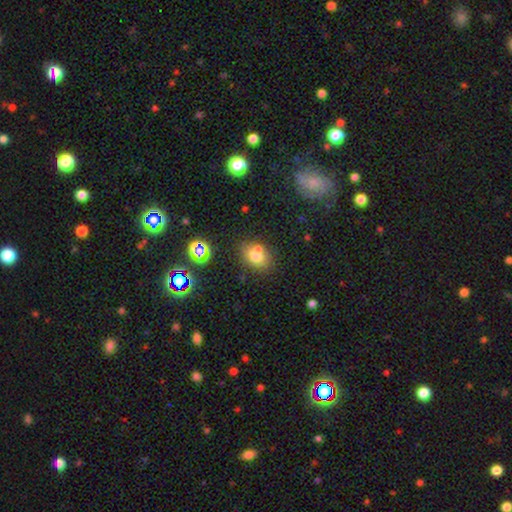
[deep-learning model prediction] This is likely a smooth galaxy (71%). How rounded: likely in between (61%). Merging: likely none (62%).